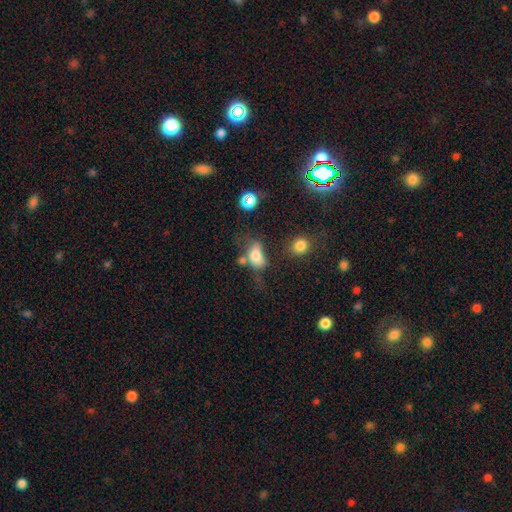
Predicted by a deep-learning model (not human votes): Smooth or featured? Predicted: smooth (p=0.70). How rounded? Predicted: in between (p=0.81). Merging? Predicted: none (p=0.28).